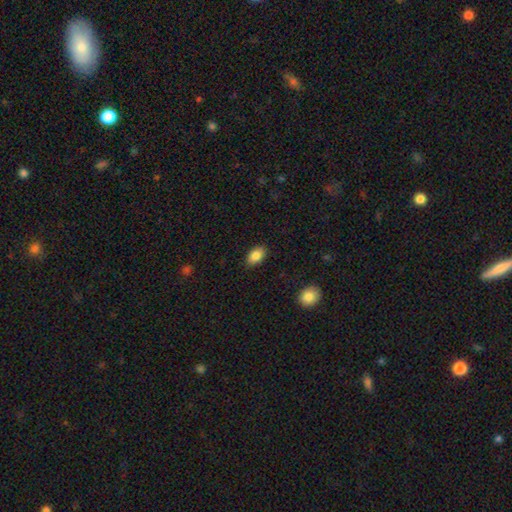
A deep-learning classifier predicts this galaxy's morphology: smooth 86%, star or artifact 8%, featured or disk 7%. Down the decision tree: how rounded — in between (91%); merging — none (87%).